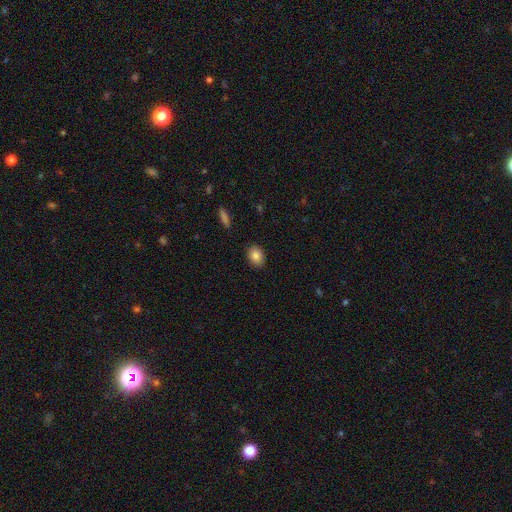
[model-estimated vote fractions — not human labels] smooth 83%, star or artifact 8%, featured or disk 8%. Down the decision tree: how rounded — in between (67%); merging — none (89%).